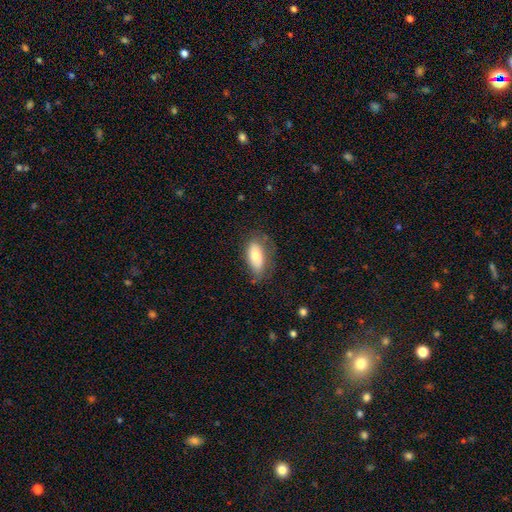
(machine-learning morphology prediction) A smooth galaxy with no disk features (73%) that is in between round and cigar-shaped (84%).

Vote fractions:
- Smooth or featured? smooth: 73% / featured or disk: 20% / star or artifact: 7%
- How rounded? in between: 84% / cigar-shaped: 13% / round: 3%
- Merging? none: 66% / minor disturbance: 24% / major disturbance: 9% / merger: 2%